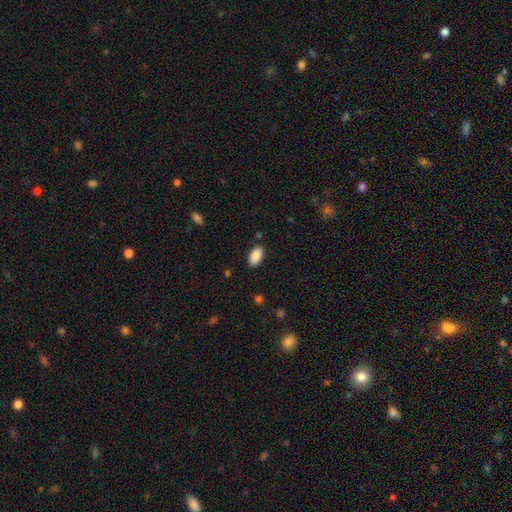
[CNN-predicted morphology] A smooth galaxy with no disk features (89%) that is in between round and cigar-shaped (94%).

Vote fractions:
- Smooth or featured? smooth: 89% / star or artifact: 7% / featured or disk: 4%
- How rounded? in between: 94% / round: 3% / cigar-shaped: 2%
- Merging? none: 87% / minor disturbance: 10% / major disturbance: 2% / merger: 1%